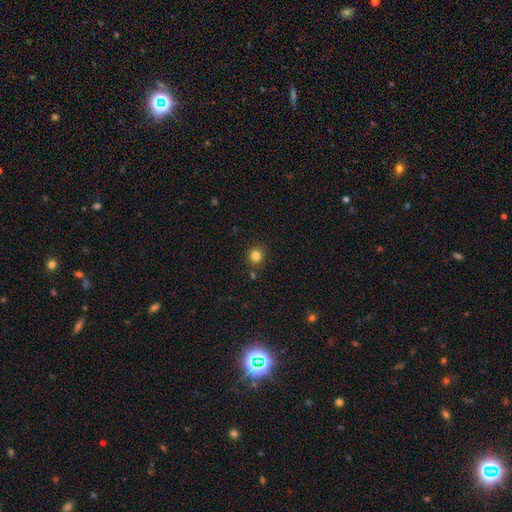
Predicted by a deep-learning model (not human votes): The model was most divided on "smooth or featured": smooth: 82%, star or artifact: 13%, featured or disk: 5%. More confident: how rounded — round (89%); merging — none (86%).